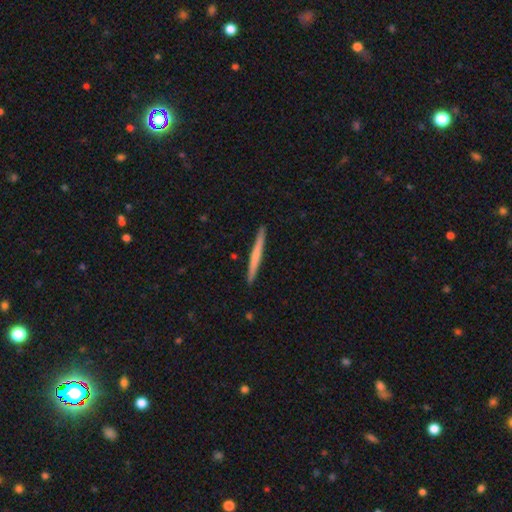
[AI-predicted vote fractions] Smooth or featured? smooth (56%)
How rounded? cigar-shaped (97%)
Merging? none (92%)